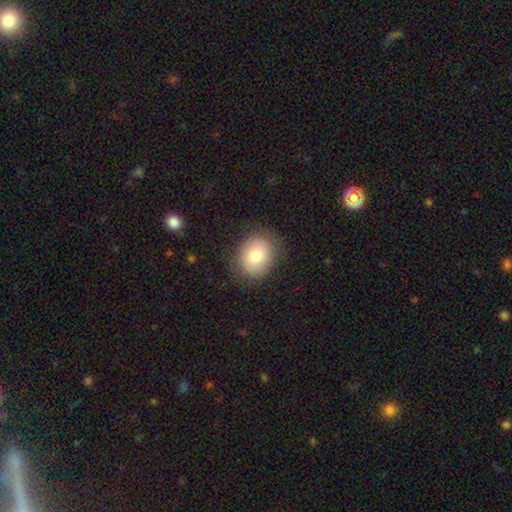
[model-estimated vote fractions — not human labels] smooth 78%, featured or disk 14%, star or artifact 9%. Down the decision tree: how rounded — round (59%); merging — none (83%).